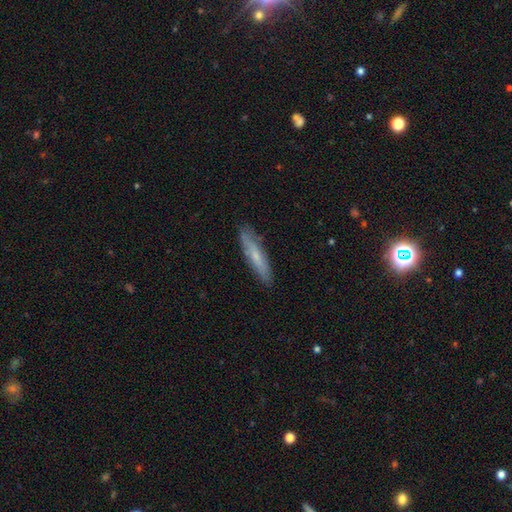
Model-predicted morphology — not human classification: Smooth or featured: smooth — 58% (featured or disk — 36%)
How rounded: cigar-shaped — 85% (in between — 14%)
Merging: none — 84% (minor disturbance — 12%)